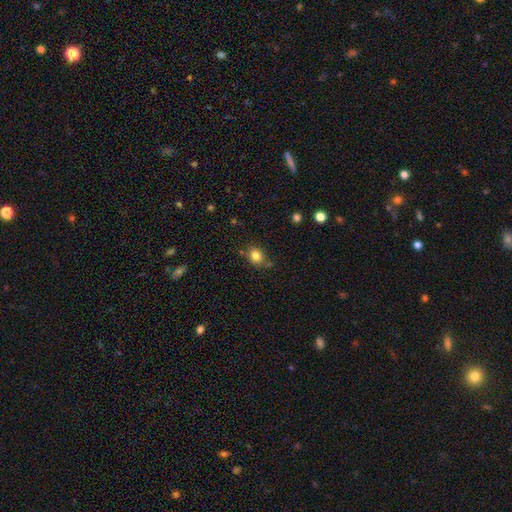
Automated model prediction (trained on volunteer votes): Smooth or featured?
  - smooth: 83% *
  - star or artifact: 11%
  - featured or disk: 6%
How rounded?
  - round: 58% *
  - in between: 41%
  - cigar-shaped: 1%
Merging?
  - none: 75% *
  - minor disturbance: 15%
  - merger: 6%
  - major disturbance: 4%